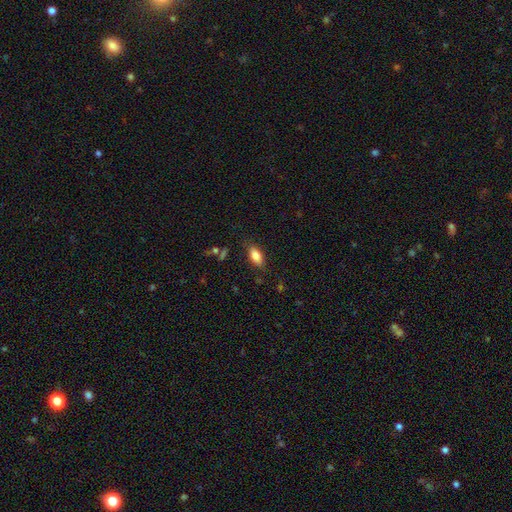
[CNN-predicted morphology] Smooth or featured: smooth — 82% (featured or disk — 10%)
How rounded: in between — 86% (cigar-shaped — 10%)
Merging: none — 82% (minor disturbance — 13%)